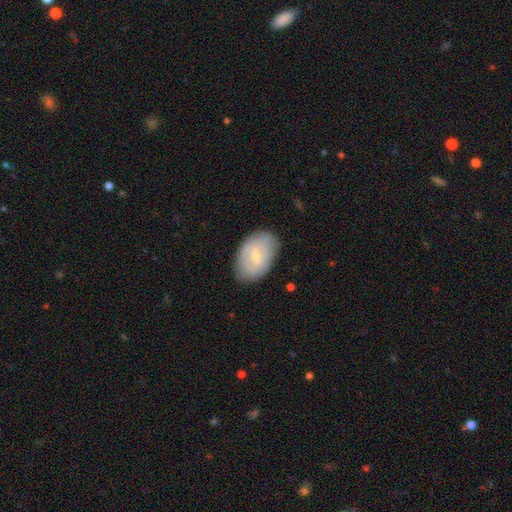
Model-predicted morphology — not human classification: Smooth or featured: featured or disk — 51% (smooth — 43%)
Edge-on disk: no — 94% (yes — 6%)
Merging: none — 77% (minor disturbance — 17%)